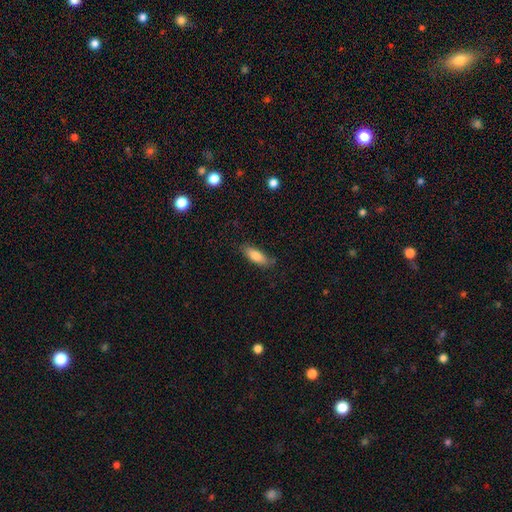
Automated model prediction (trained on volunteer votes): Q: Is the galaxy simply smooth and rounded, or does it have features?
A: smooth — 82%.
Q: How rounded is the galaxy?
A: in between — 68%.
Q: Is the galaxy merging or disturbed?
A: none — 78%.